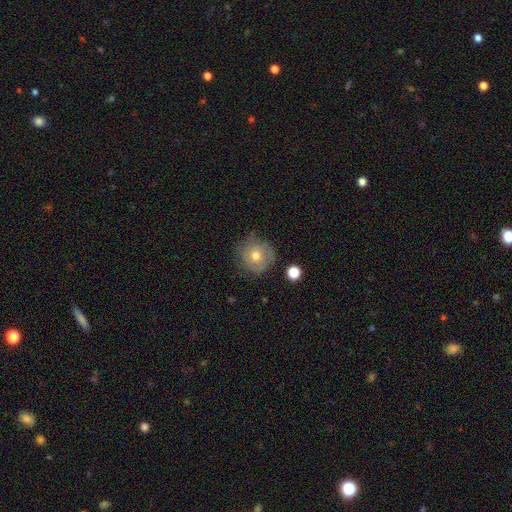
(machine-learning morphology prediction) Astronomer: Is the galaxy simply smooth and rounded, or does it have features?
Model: smooth — 60%.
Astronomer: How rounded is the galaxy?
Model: round — 91%.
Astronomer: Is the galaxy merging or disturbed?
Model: none — 66%.